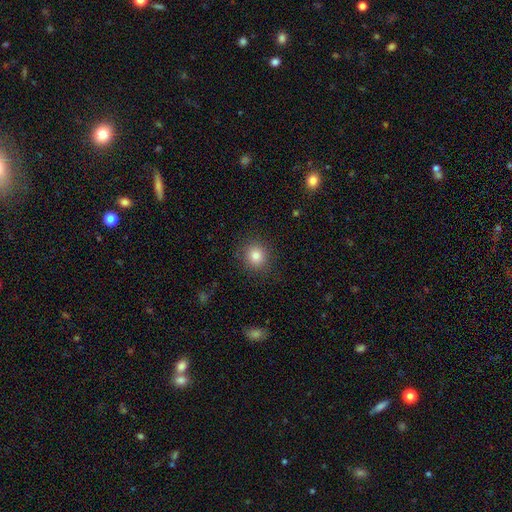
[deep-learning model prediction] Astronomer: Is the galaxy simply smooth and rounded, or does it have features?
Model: smooth — 82%.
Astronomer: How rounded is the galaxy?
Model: round — 89%.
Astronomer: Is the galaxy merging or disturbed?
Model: none — 89%.